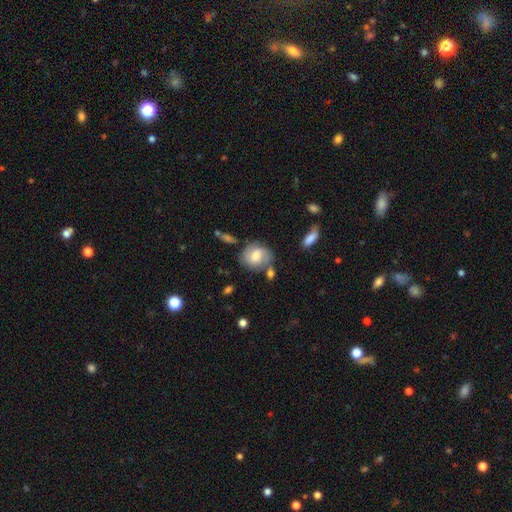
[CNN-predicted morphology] This is possibly a smooth galaxy (50%). Merging: likely none (62%).